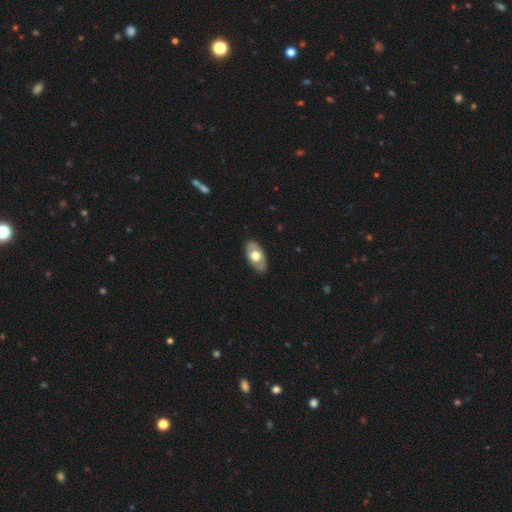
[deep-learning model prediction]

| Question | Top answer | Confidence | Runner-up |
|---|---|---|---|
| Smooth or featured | smooth | 52% | featured or disk (42%) |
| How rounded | in between | 92% | round (5%) |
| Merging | none | 84% | minor disturbance (12%) |